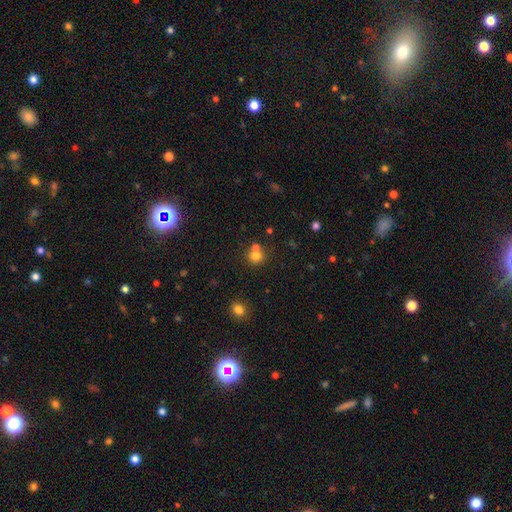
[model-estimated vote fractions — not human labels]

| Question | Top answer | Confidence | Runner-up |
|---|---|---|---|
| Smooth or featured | smooth | 74% | star or artifact (15%) |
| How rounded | round | 85% | in between (14%) |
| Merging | none | 50% | merger (40%) |